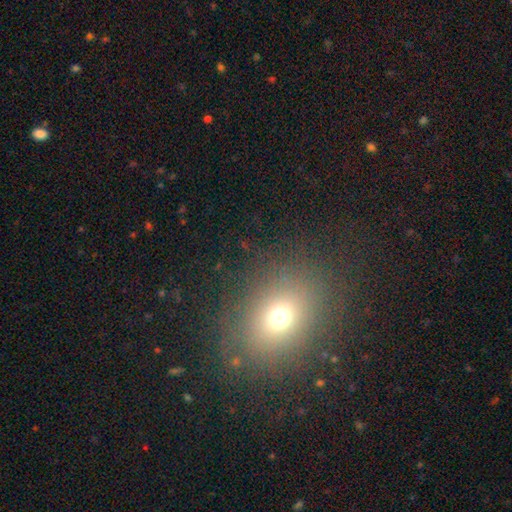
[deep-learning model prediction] smooth-or-featured: smooth: 65% | star or artifact: 23% | featured or disk: 11%
  how-rounded: in between: 56% | round: 43% | cigar-shaped: 2%
  merging: none: 85% | minor disturbance: 9% | major disturbance: 4% | merger: 2%